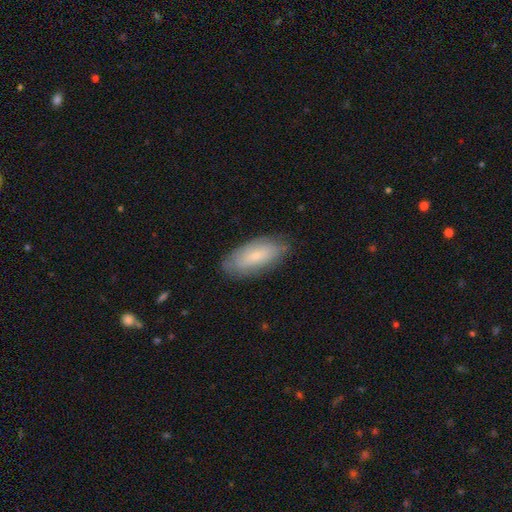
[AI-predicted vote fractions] Morphology: type=smooth (62%); roundness=in between (83%); merging=none (78%).